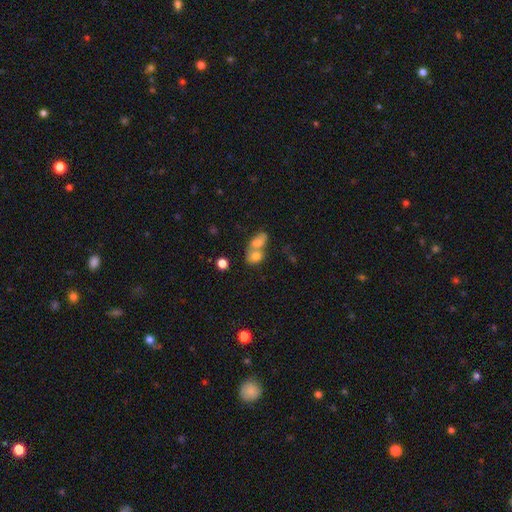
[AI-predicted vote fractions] smooth 74%, featured or disk 15%, star or artifact 11%. Down the decision tree: how rounded — in between (54%); merging — merger (65%).